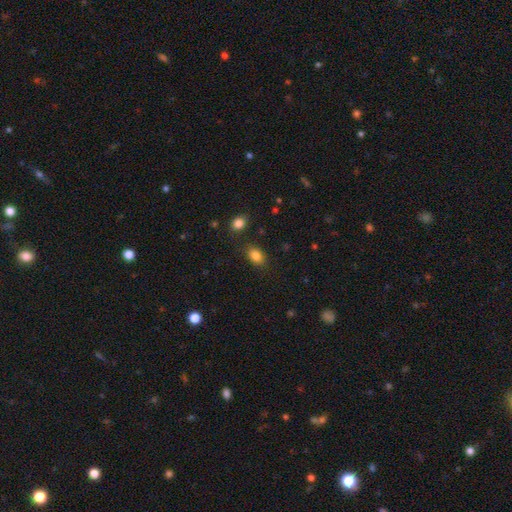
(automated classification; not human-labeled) Smooth or featured: smooth — 84% (star or artifact — 10%)
How rounded: in between — 77% (round — 22%)
Merging: none — 82% (minor disturbance — 11%)